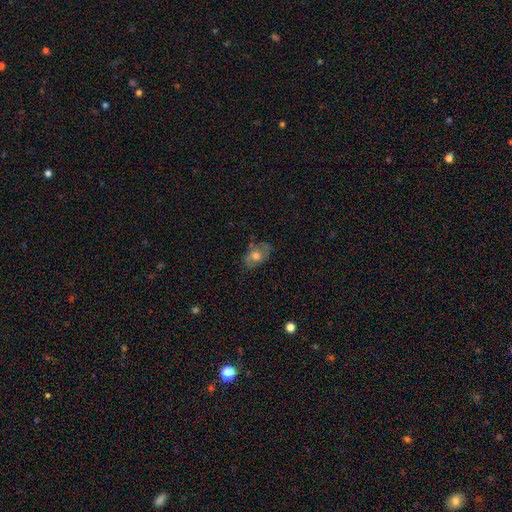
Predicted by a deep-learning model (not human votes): Q: Smooth or featured?
A: smooth (49%); runner-up: featured or disk (42%)
Q: Merging?
A: none (69%); runner-up: minor disturbance (22%)